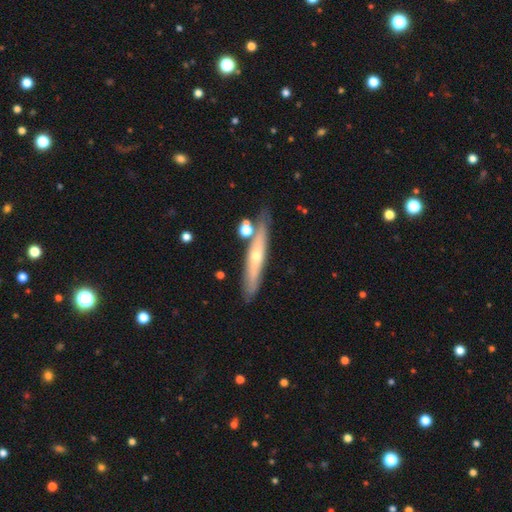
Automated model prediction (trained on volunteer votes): smooth-or-featured: featured or disk: 59% | smooth: 34% | star or artifact: 7%
  disk-edge-on: yes: 82% | no: 18%
  merging: none: 78% | minor disturbance: 12% | merger: 6% | major disturbance: 3%